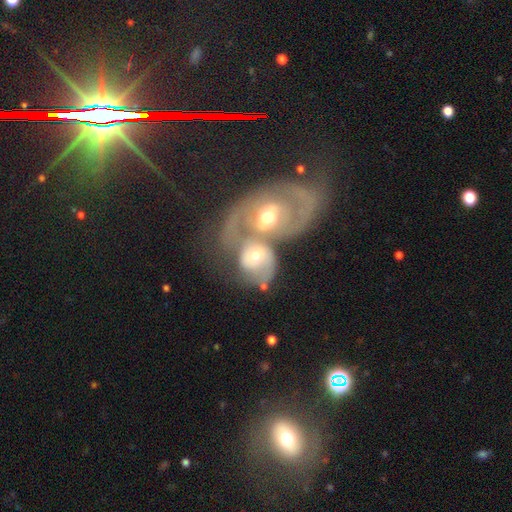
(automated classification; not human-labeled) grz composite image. It shows a featured or disk galaxy (68%) with no bar (55%), 2 (57%) medium (41%) spiral arms (79%) and a moderate central bulge (62%). Merging: merger (78%).